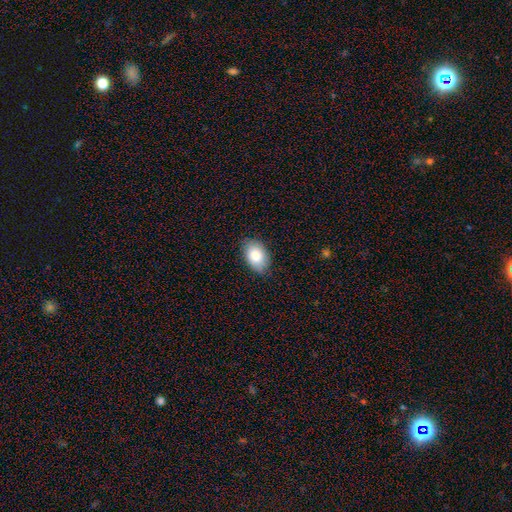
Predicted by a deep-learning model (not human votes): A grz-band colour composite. It shows a smooth galaxy with no disk features (84%) that is in between round and cigar-shaped (89%). Merging: none (80%).